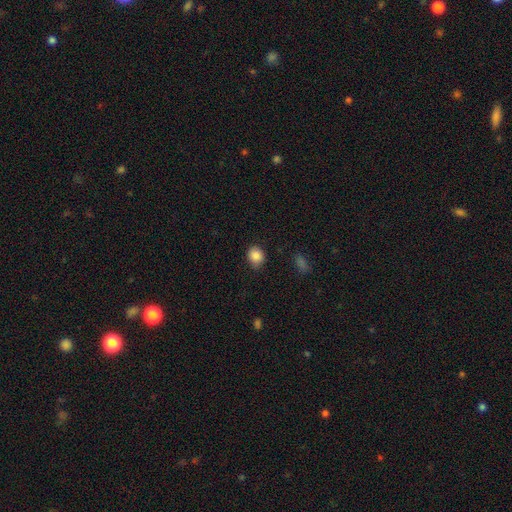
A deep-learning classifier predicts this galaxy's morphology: Smooth or featured: smooth — 86% (star or artifact — 9%)
How rounded: round — 68% (in between — 31%)
Merging: none — 76% (minor disturbance — 19%)